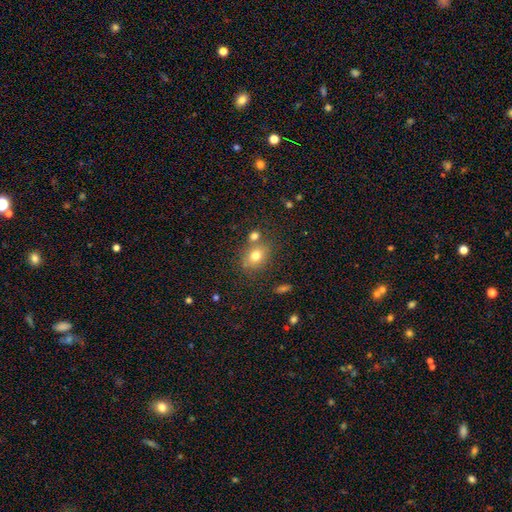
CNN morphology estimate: smooth-or-featured: smooth: 76% | star or artifact: 13% | featured or disk: 11%
  how-rounded: round: 54% | in between: 45% | cigar-shaped: 1%
  merging: none: 66% | merger: 17% | minor disturbance: 13% | major disturbance: 4%